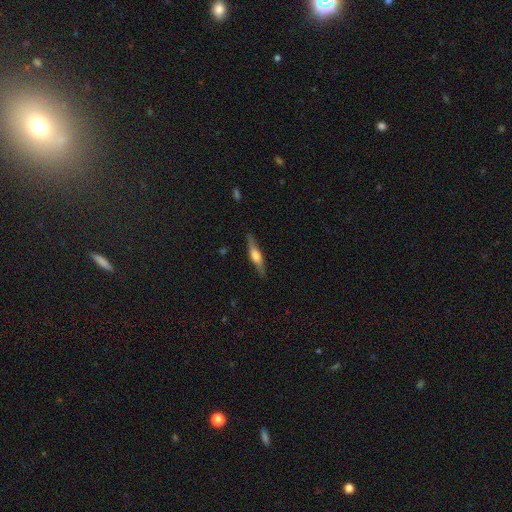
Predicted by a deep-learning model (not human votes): Morphology: type=featured or disk (59%); edge-on=yes (94%); edge-on bulge=rounded (80%); merging=none (85%).